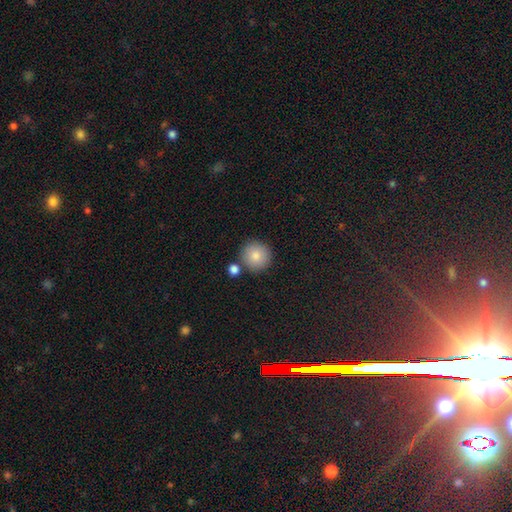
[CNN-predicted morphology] Smooth or featured? smooth (85%)
How rounded? round (94%)
Merging? none (78%)